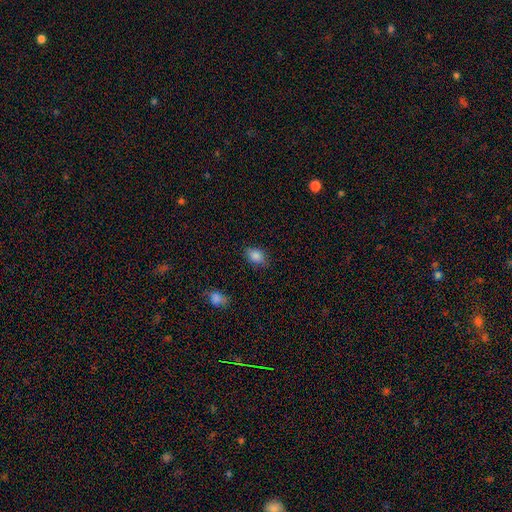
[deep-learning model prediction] Q: Smooth or featured?
A: smooth (85%); runner-up: star or artifact (10%)
Q: How rounded?
A: in between (75%); runner-up: round (24%)
Q: Merging?
A: none (81%); runner-up: minor disturbance (14%)